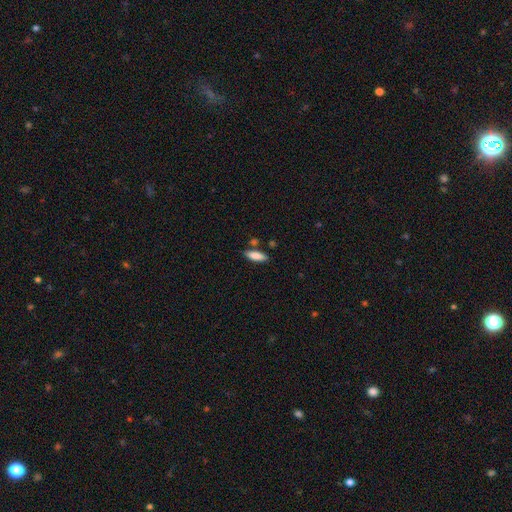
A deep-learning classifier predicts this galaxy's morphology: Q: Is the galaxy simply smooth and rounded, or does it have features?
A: smooth — 85%.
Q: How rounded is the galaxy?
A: in between — 62%.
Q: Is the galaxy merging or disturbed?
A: none — 78%.